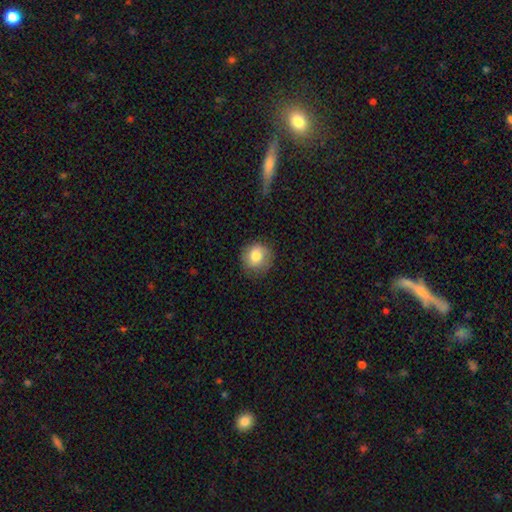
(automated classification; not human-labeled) smooth 80%, featured or disk 12%, star or artifact 9%. Down the decision tree: how rounded — round (89%); merging — none (80%).